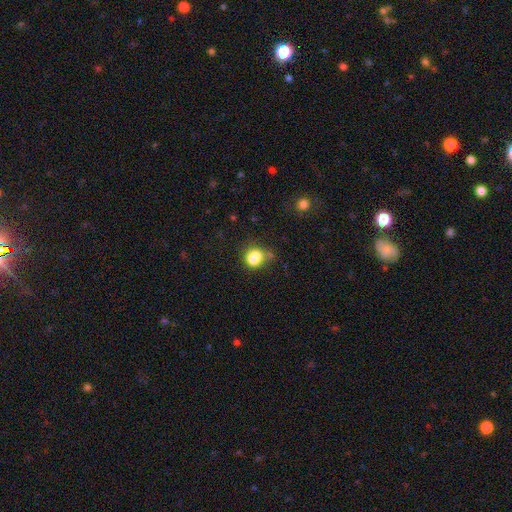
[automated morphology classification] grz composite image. It shows a smooth galaxy with no disk features (77%) that is round (68%). Merging: none (47%).